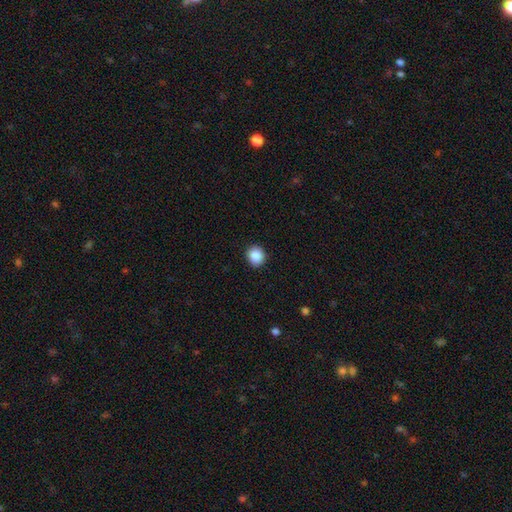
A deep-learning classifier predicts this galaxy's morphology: smooth 88%, star or artifact 9%, featured or disk 4%. Down the decision tree: how rounded — round (87%); merging — none (92%).